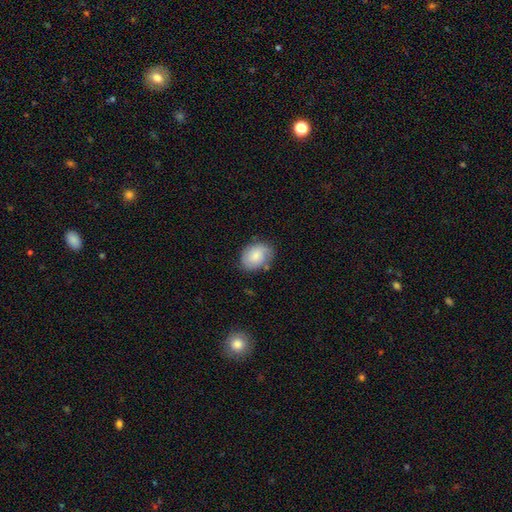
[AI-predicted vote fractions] smooth-or-featured: smooth: 66% | featured or disk: 27% | star or artifact: 7%
  how-rounded: in between: 63% | round: 36% | cigar-shaped: 1%
  merging: none: 73% | minor disturbance: 20% | major disturbance: 5% | merger: 2%